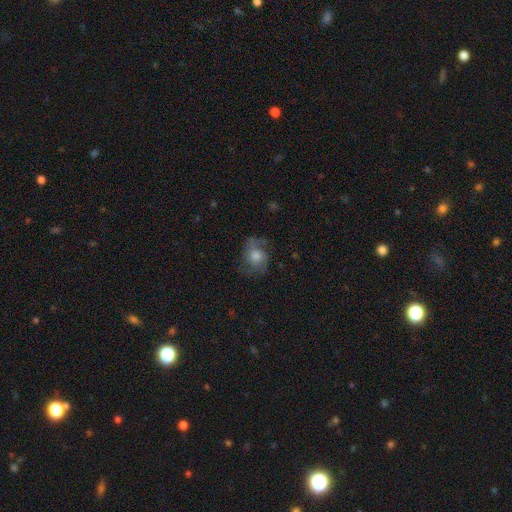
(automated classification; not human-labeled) Overall: featured or disk (63%; smooth 27%). Edge-on disk: no (97%). Bar: no (73%). Spiral arms: yes (90%). Spiral arm count: 2 (69%). Spiral winding: medium (48%; loose 32%). Bulge size: moderate (46%; large 34%). Merging: none (68%).